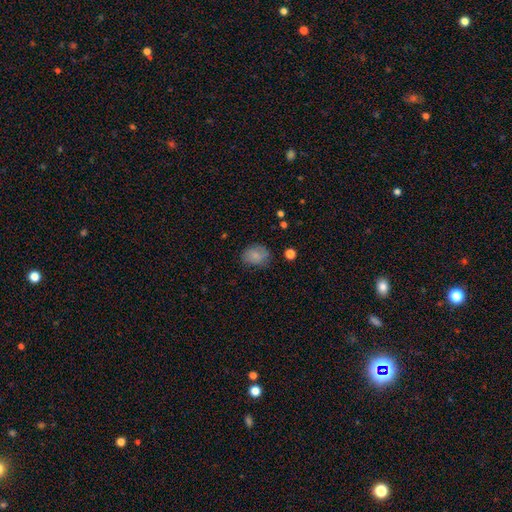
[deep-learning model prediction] This appears to be a smooth galaxy with no disk features (82%) that is in between round and cigar-shaped (58%). Merging: none (74%).